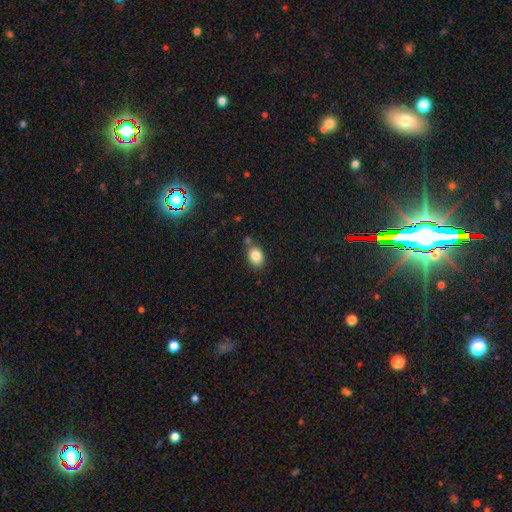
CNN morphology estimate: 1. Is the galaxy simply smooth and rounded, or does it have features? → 85% smooth, 9% star or artifact, 6% featured or disk.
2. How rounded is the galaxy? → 76% in between, 23% round, 1% cigar-shaped.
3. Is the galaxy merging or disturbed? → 74% none, 14% minor disturbance, 9% merger, 3% major disturbance.